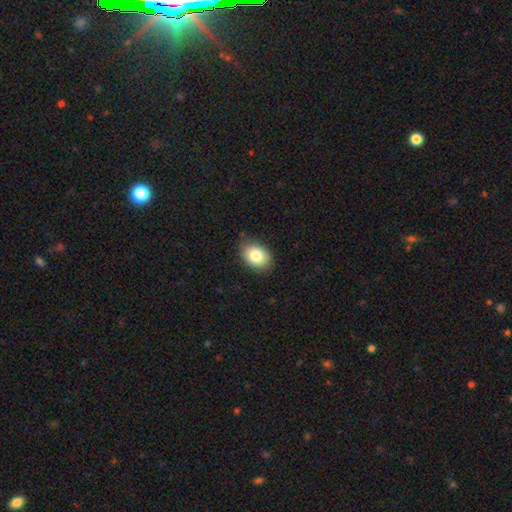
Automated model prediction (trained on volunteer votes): Overall: smooth (84%). How rounded: in between (75%). Merging: none (84%).